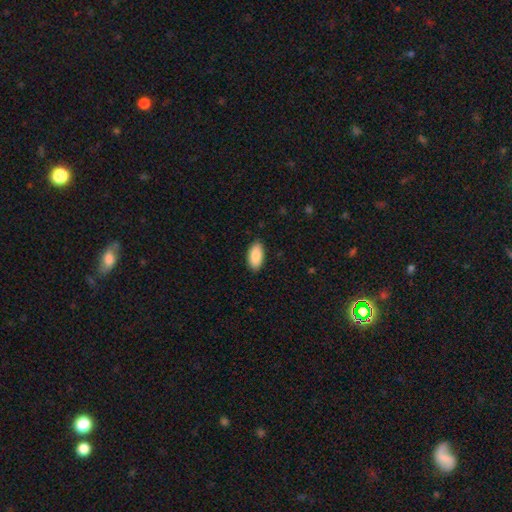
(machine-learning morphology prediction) Smooth or featured? smooth (88%)
How rounded? in between (93%)
Merging? none (88%)